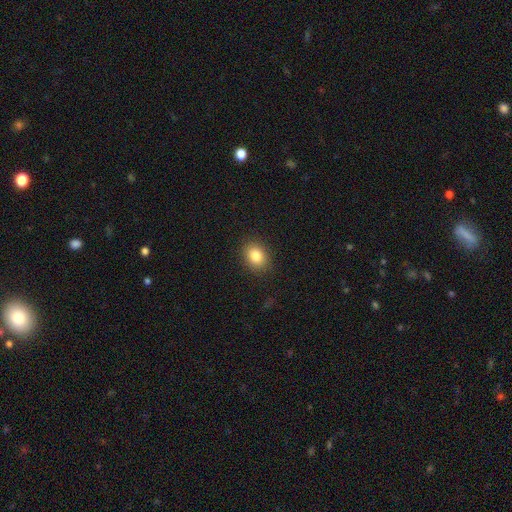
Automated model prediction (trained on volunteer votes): A smooth galaxy with no disk features (84%) that is in between round and cigar-shaped (60%). Merging: none (88%).